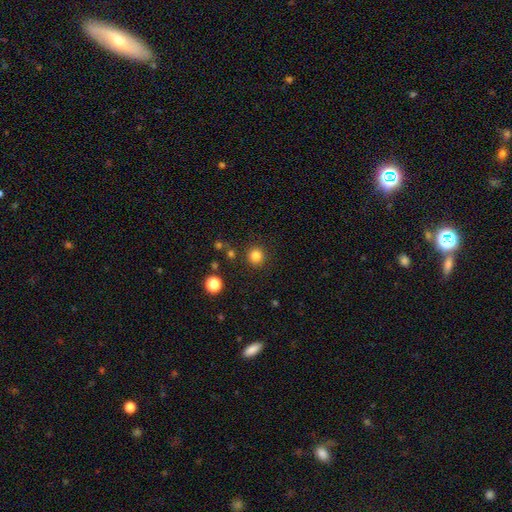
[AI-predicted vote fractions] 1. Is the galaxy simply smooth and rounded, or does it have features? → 82% smooth, 13% star or artifact, 5% featured or disk.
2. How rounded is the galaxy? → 94% round, 5% in between, 1% cigar-shaped.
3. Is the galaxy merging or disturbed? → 90% none, 6% minor disturbance, 2% major disturbance, 2% merger.